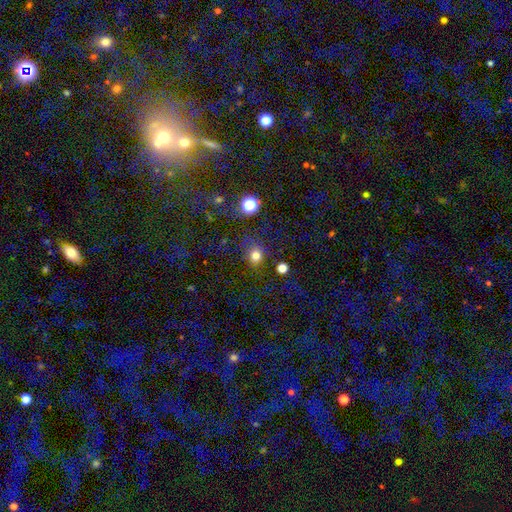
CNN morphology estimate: Smooth or featured? Predicted: smooth (p=0.78). How rounded? Predicted: round (p=0.70). Merging? Predicted: none (p=0.75).